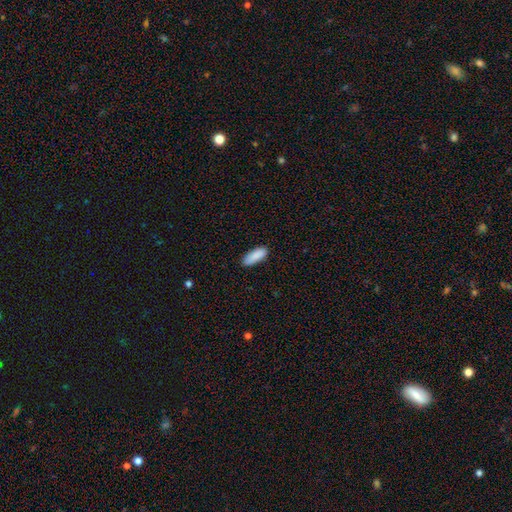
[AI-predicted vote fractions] A smooth galaxy with no disk features (90%) that is in between round and cigar-shaped (70%).

Vote fractions:
- Smooth or featured? smooth: 90% / star or artifact: 6% / featured or disk: 4%
- How rounded? in between: 70% / cigar-shaped: 28% / round: 2%
- Merging? none: 86% / minor disturbance: 11% / major disturbance: 2% / merger: 1%